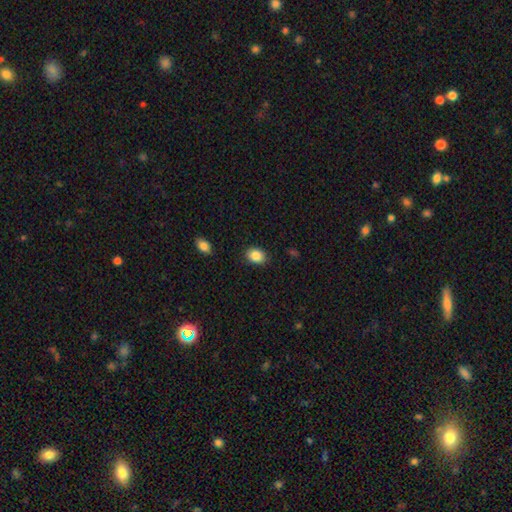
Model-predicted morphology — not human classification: A smooth galaxy with no disk features (86%) that is in between round and cigar-shaped (64%). Merging: none (87%).